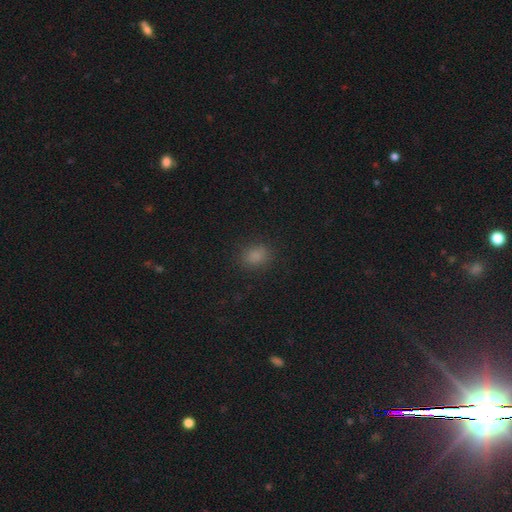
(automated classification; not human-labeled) Morphology: type=smooth (81%); roundness=in between (63%); merging=none (85%).